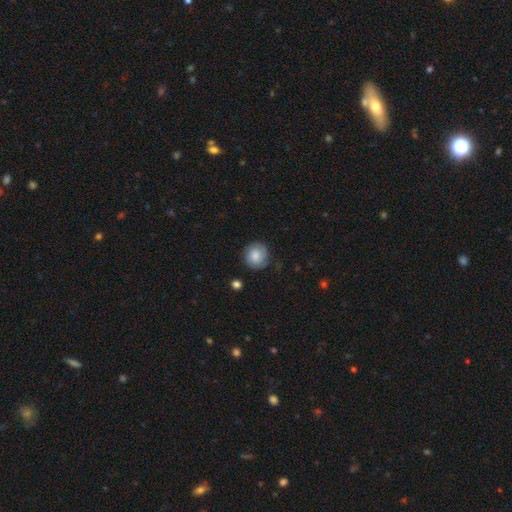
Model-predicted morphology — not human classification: smooth 70%, featured or disk 22%, star or artifact 8%. Down the decision tree: how rounded — round (85%); merging — none (78%).